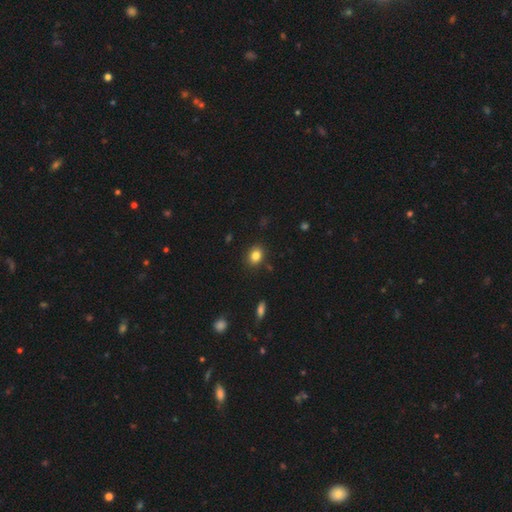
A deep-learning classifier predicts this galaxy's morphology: This is clearly a smooth galaxy (83%). How rounded: possibly round (51%). Merging: clearly none (87%).